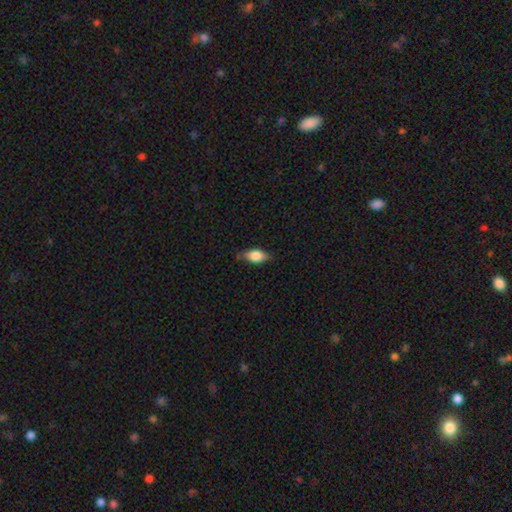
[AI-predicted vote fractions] smooth_or_featured: smooth (p=0.73) [alt: featured or disk p=0.19]
how_rounded: in between (p=0.84) [alt: cigar-shaped p=0.09]
merging: none (p=0.74) [alt: minor disturbance p=0.21]